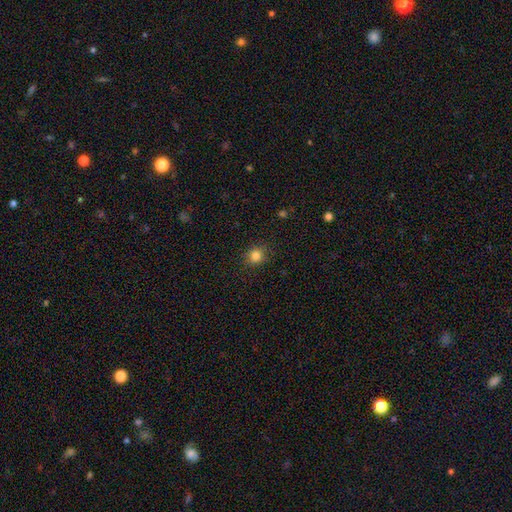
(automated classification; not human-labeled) The model was most divided on "how rounded": round: 80%, in between: 19%, cigar-shaped: 1%. More confident: merging — none (86%); smooth or featured — smooth (83%).